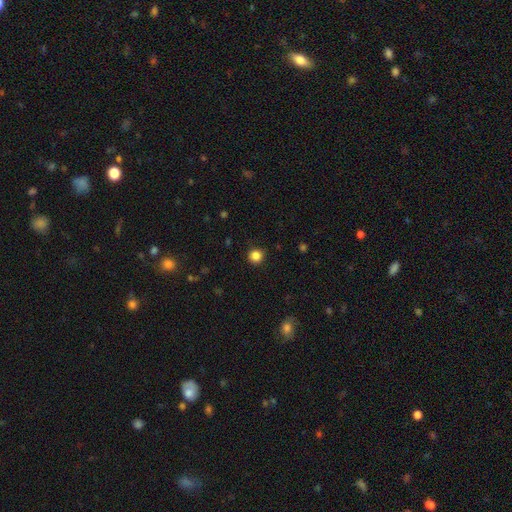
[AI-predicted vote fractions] smooth 84%, star or artifact 12%, featured or disk 3%. Down the decision tree: how rounded — round (94%); merging — none (90%).